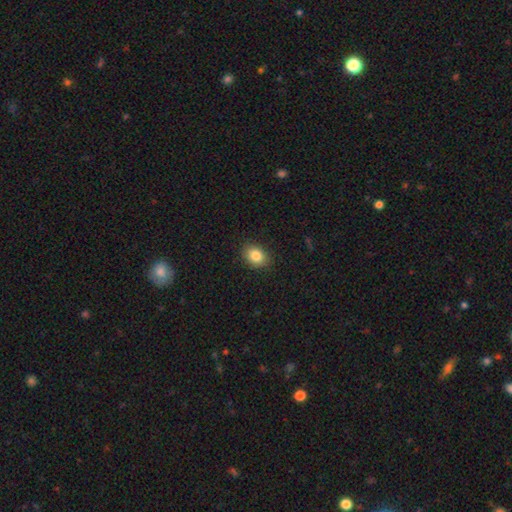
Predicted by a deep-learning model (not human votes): Morphology: type=smooth (85%); roundness=in between (60%); merging=none (88%).